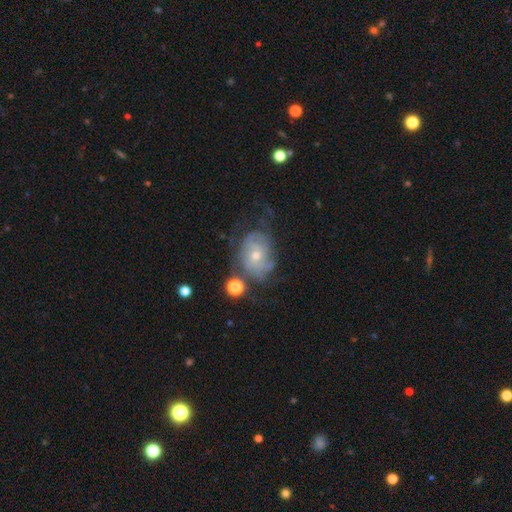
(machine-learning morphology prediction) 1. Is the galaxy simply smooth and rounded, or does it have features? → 67% featured or disk, 22% smooth, 11% star or artifact.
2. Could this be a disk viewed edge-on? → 96% no, 4% yes.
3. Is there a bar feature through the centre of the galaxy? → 77% no, 19% weak, 3% strong.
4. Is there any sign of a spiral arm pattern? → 77% yes, 23% no.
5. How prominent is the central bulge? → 49% small, 47% moderate, 2% large, 1% none, 1% dominant.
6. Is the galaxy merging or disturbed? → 50% none, 26% minor disturbance, 19% major disturbance, 6% merger.